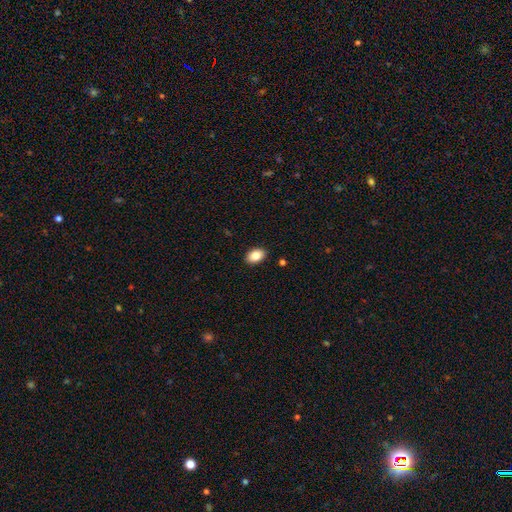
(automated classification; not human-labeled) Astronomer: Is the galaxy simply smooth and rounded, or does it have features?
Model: smooth — 86%.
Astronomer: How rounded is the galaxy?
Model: in between — 87%.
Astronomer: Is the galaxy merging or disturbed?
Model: none — 90%.